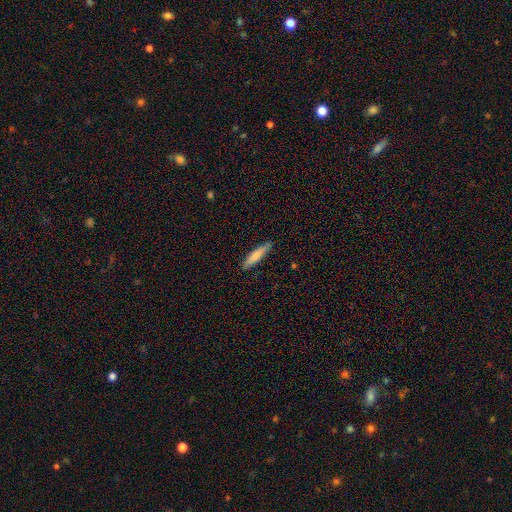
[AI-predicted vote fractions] A smooth galaxy with no disk features (77%) that is cigar-shaped (85%).

Vote fractions:
- Smooth or featured? smooth: 77% / featured or disk: 18% / star or artifact: 5%
- How rounded? cigar-shaped: 85% / in between: 13% / round: 1%
- Merging? none: 88% / minor disturbance: 9% / major disturbance: 2% / merger: 1%